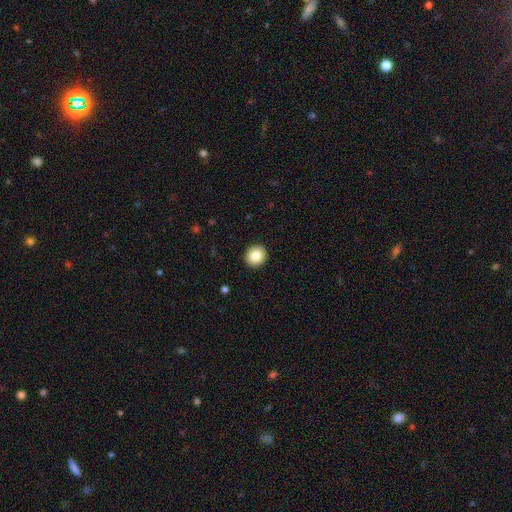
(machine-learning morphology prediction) smooth-or-featured: smooth: 83% | star or artifact: 9% | featured or disk: 8%
  how-rounded: round: 91% | in between: 8% | cigar-shaped: 1%
  merging: none: 93% | minor disturbance: 5% | major disturbance: 1% | merger: 1%